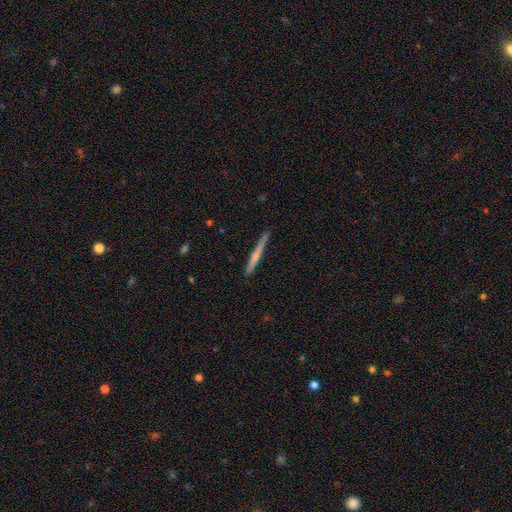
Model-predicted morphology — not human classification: Smooth or featured?
  - smooth: 55% *
  - featured or disk: 39%
  - star or artifact: 6%
How rounded?
  - cigar-shaped: 97% *
  - in between: 2%
  - round: 1%
Merging?
  - none: 86% *
  - minor disturbance: 11%
  - major disturbance: 2%
  - merger: 1%